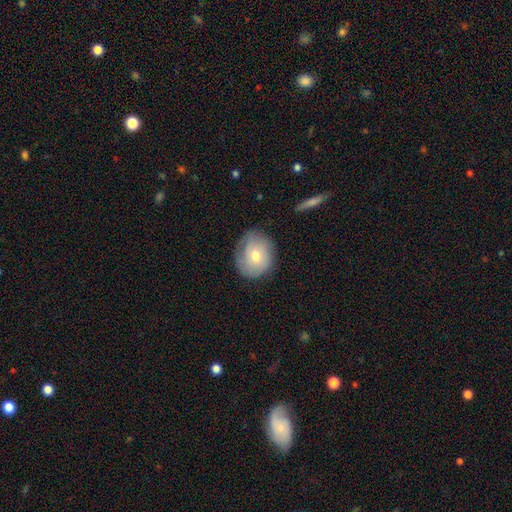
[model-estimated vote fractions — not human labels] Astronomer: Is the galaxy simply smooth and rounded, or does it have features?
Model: smooth — 59%.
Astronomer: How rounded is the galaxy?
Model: round — 70%.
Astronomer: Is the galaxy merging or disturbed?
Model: none — 72%.